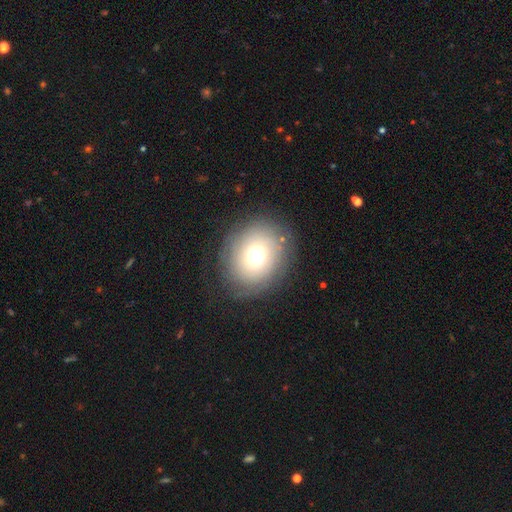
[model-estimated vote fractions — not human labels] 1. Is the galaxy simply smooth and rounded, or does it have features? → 57% smooth, 33% featured or disk, 10% star or artifact.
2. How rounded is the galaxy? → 59% round, 40% in between, 1% cigar-shaped.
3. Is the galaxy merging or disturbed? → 79% none, 14% minor disturbance, 6% major disturbance, 1% merger.